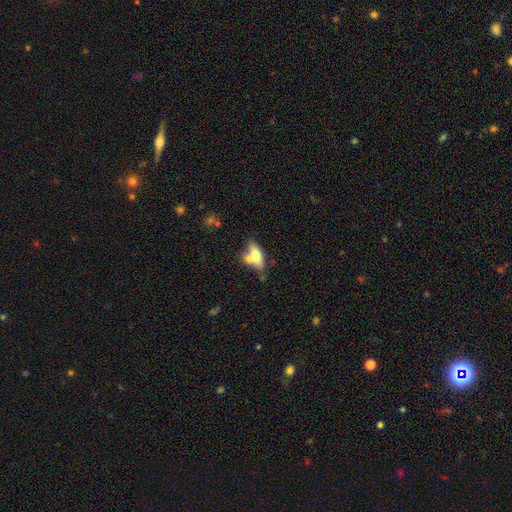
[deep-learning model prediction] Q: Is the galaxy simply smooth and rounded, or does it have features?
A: smooth — 63%.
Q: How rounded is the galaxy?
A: in between — 69%.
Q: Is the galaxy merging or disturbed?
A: none — 43%.